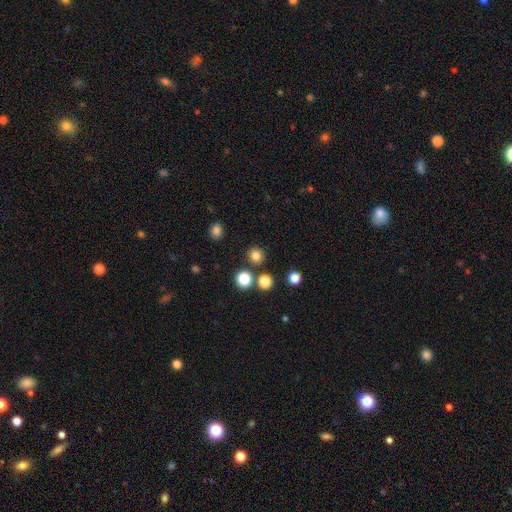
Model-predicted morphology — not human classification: Smooth or featured? smooth (80%)
How rounded? round (93%)
Merging? none (86%)